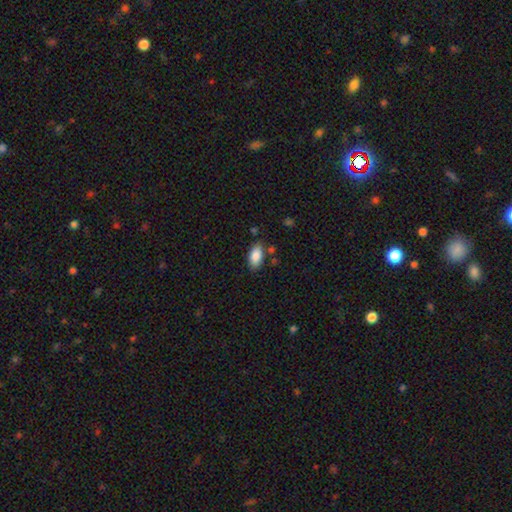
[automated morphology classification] A smooth galaxy with no disk features (87%) that is in between round and cigar-shaped (93%).

Vote fractions:
- Smooth or featured? smooth: 87% / star or artifact: 7% / featured or disk: 6%
- How rounded? in between: 93% / cigar-shaped: 4% / round: 3%
- Merging? none: 79% / minor disturbance: 14% / merger: 4% / major disturbance: 3%